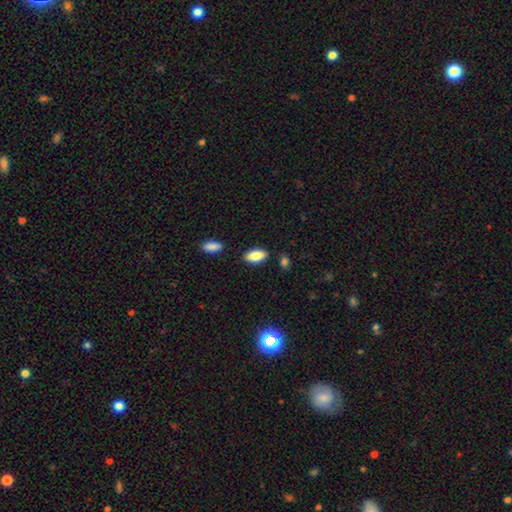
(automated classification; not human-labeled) A smooth galaxy with no disk features (82%) that is in between round and cigar-shaped (90%). Merging: none (84%).